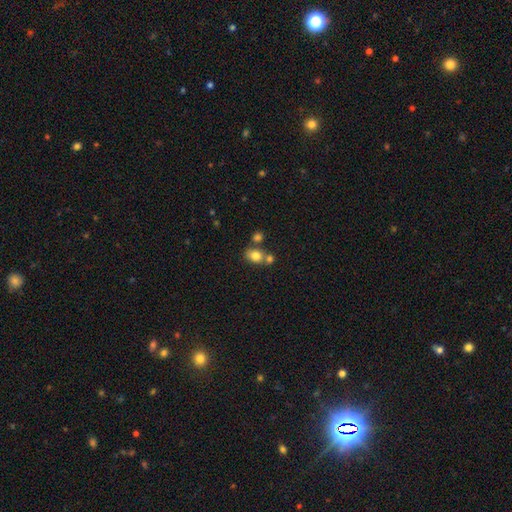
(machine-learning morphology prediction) Overall: smooth (79%). How rounded: in between (51%; round 47%). Merging: none (53%; merger 31%).